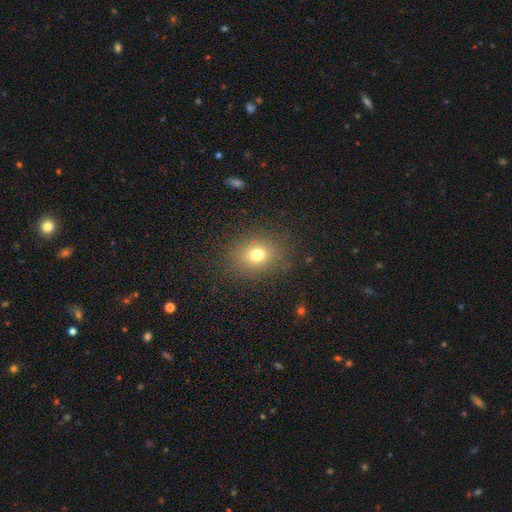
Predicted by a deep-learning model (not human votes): smooth_or_featured: smooth (p=0.74) [alt: star or artifact p=0.15]
how_rounded: round (p=0.60) [alt: in between p=0.39]
merging: none (p=0.84) [alt: minor disturbance p=0.10]